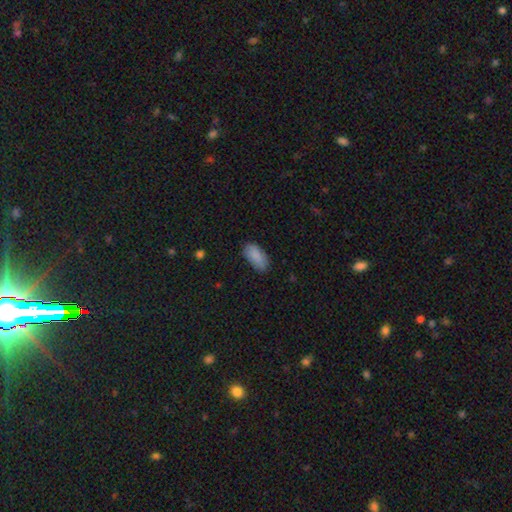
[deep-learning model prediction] This appears to be a smooth galaxy with no disk features (88%) that is in between round and cigar-shaped (93%). Merging: none (75%).